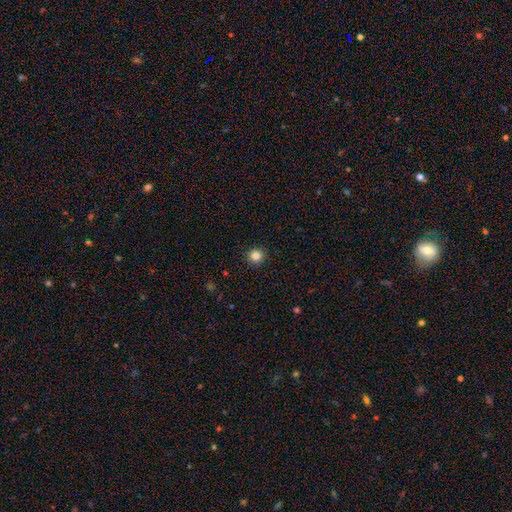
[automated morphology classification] Q: Smooth or featured?
A: smooth (83%); runner-up: star or artifact (12%)
Q: How rounded?
A: round (94%); runner-up: in between (5%)
Q: Merging?
A: none (93%); runner-up: minor disturbance (5%)